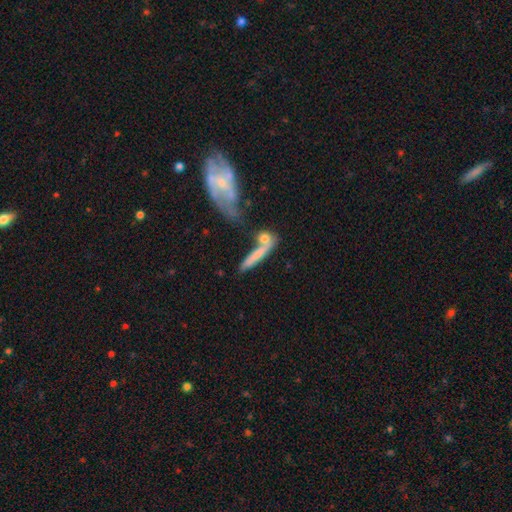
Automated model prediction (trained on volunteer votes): Smooth or featured?
  - smooth: 64% *
  - featured or disk: 29%
  - star or artifact: 7%
How rounded?
  - cigar-shaped: 82% *
  - in between: 13%
  - round: 5%
Merging?
  - none: 44% *
  - merger: 33%
  - minor disturbance: 14%
  - major disturbance: 8%